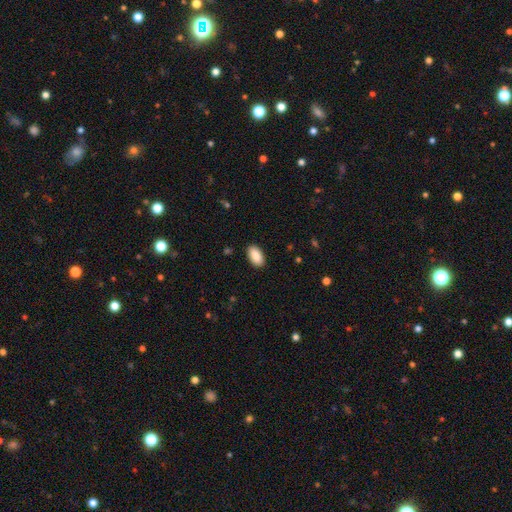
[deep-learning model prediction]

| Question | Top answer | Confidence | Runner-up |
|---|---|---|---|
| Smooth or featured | smooth | 89% | star or artifact (6%) |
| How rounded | in between | 95% | round (3%) |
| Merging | none | 90% | minor disturbance (8%) |